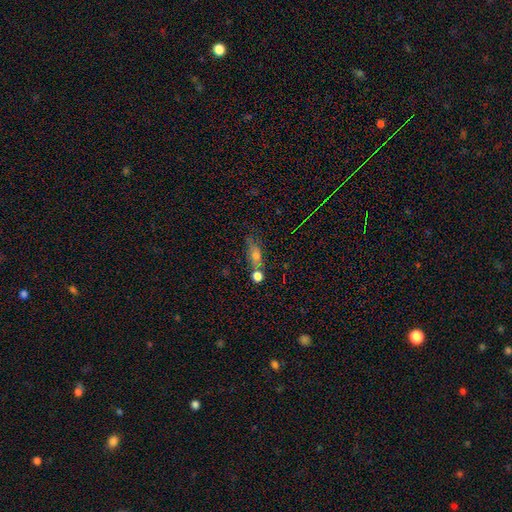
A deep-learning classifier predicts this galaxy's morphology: smooth-or-featured: smooth: 55% | featured or disk: 28% | star or artifact: 17%
  how-rounded: in between: 52% | cigar-shaped: 36% | round: 12%
  merging: none: 59% | merger: 18% | minor disturbance: 16% | major disturbance: 7%